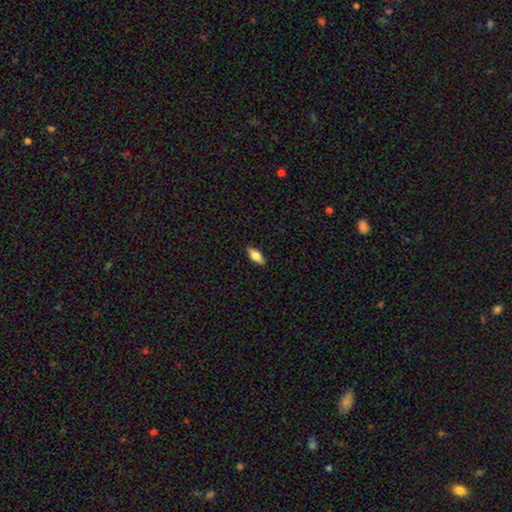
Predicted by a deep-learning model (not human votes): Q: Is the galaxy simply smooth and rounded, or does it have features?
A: smooth — 68%.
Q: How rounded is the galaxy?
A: in between — 76%.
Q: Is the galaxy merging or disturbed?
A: none — 89%.